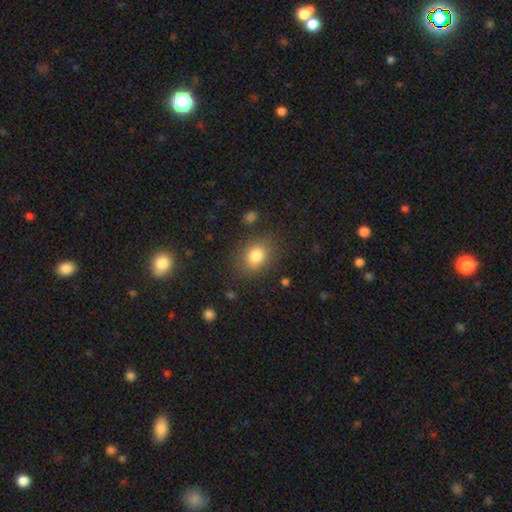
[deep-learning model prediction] This is clearly a smooth galaxy (81%). How rounded: possibly in between (57%). Merging: clearly none (80%).